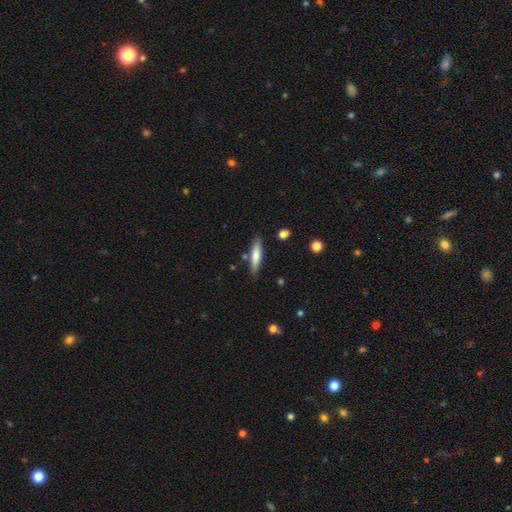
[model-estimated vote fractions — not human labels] A smooth galaxy with no disk features (70%) that is cigar-shaped (78%). Merging: none (83%).